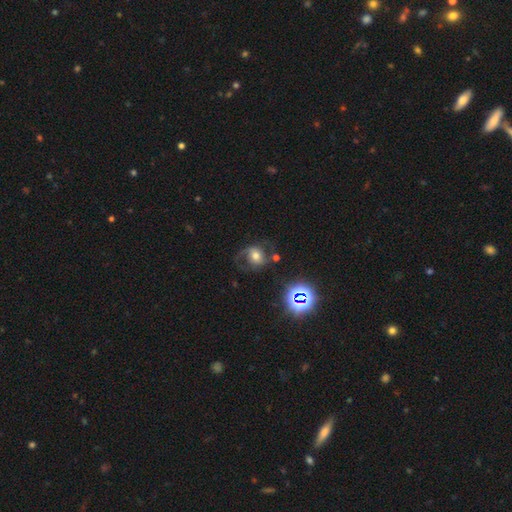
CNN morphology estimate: Smooth or featured: featured or disk — 51% (smooth — 33%)
Edge-on disk: no — 96% (yes — 4%)
Merging: none — 50% (major disturbance — 24%)